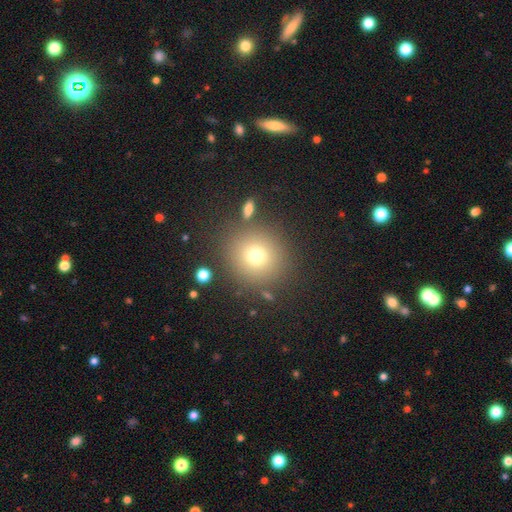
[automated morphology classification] This is likely a smooth galaxy (73%). How rounded: clearly round (91%). Merging: clearly none (82%).